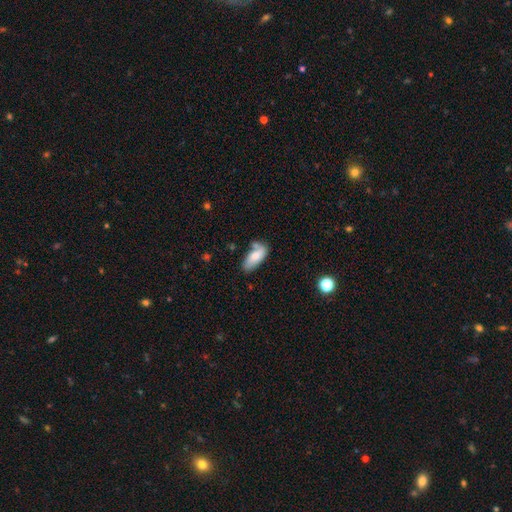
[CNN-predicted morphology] A smooth galaxy with no disk features (75%) that is in between round and cigar-shaped (84%). Merging: none (52%).